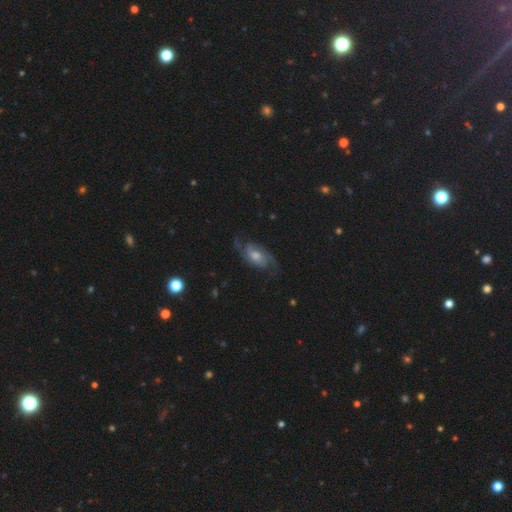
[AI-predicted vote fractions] The model was most divided on "spiral winding": medium: 47%, loose: 29%, tight: 24%. More confident: spiral arms — yes (96%); edge-on disk — no (96%); spiral arm count — 2 (84%); smooth or featured — featured or disk (82%); merging — none (71%); bar — no (61%); bulge size — moderate (54%).